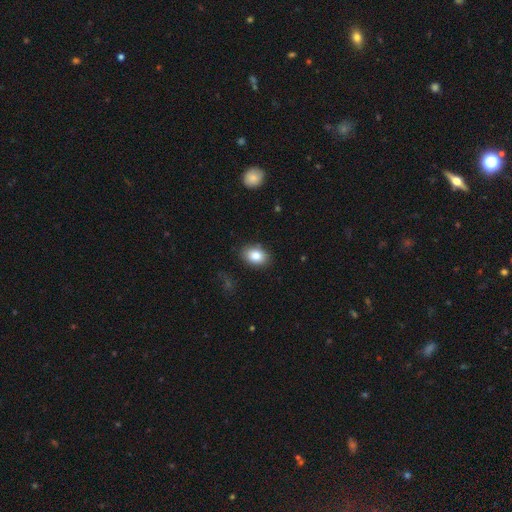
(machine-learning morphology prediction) A smooth galaxy with no disk features (84%) that is in between round and cigar-shaped (81%). Merging: none (86%).